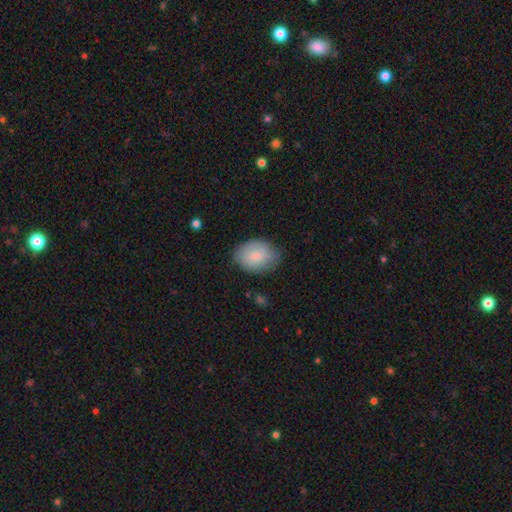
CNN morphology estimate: smooth-or-featured: smooth: 75% | featured or disk: 18% | star or artifact: 6%
  how-rounded: in between: 74% | round: 25% | cigar-shaped: 1%
  merging: none: 75% | minor disturbance: 20% | major disturbance: 4% | merger: 1%